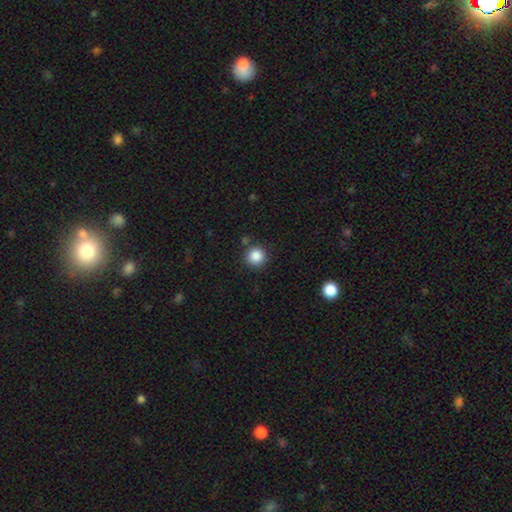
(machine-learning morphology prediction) A smooth galaxy with no disk features (86%) that is round (94%).

Vote fractions:
- Smooth or featured? smooth: 86% / star or artifact: 10% / featured or disk: 3%
- How rounded? round: 94% / in between: 5% / cigar-shaped: 1%
- Merging? none: 87% / minor disturbance: 7% / merger: 3% / major disturbance: 2%